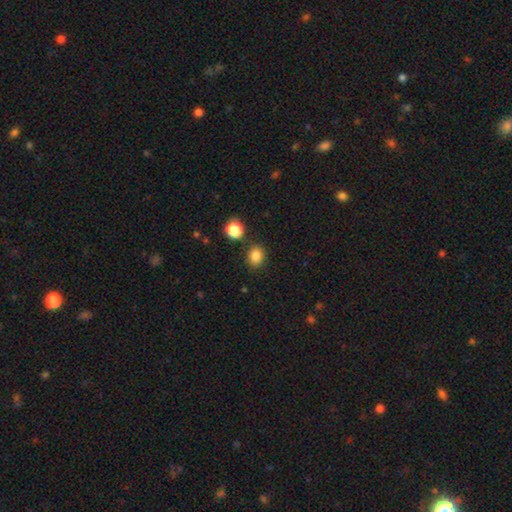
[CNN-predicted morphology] Smooth or featured?
  - smooth: 84% *
  - star or artifact: 12%
  - featured or disk: 4%
How rounded?
  - round: 56% *
  - in between: 43%
  - cigar-shaped: 1%
Merging?
  - none: 82% *
  - minor disturbance: 10%
  - merger: 5%
  - major disturbance: 3%